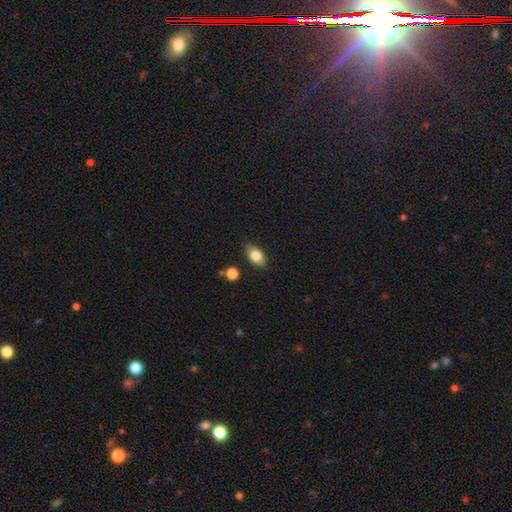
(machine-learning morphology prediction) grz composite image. It shows a smooth galaxy with no disk features (80%) that is in between round and cigar-shaped (87%). Merging: none (85%).